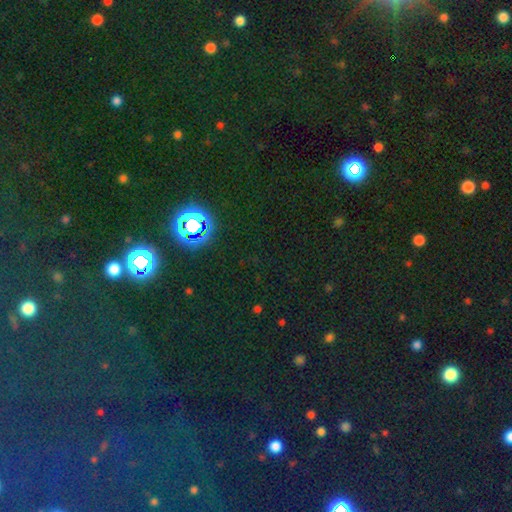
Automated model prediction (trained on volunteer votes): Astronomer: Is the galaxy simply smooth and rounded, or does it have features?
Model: star or artifact — 71%.